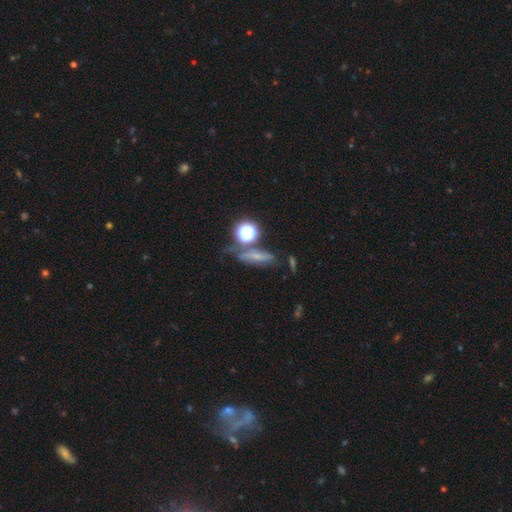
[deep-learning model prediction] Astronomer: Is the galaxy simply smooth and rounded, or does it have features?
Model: smooth — 47% (runner-up: featured or disk, 27%).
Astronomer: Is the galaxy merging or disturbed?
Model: none — 57%.